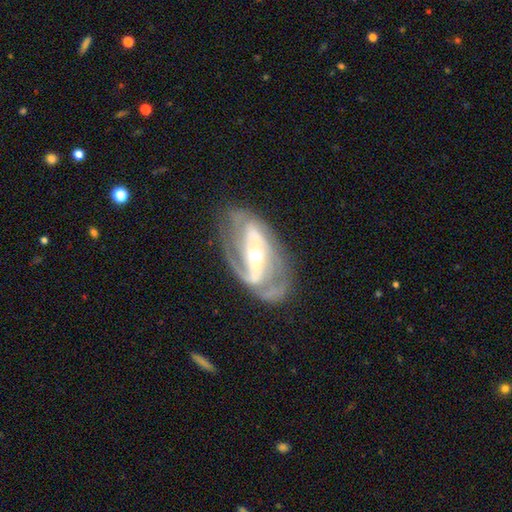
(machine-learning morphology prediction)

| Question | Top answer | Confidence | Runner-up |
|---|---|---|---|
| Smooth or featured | featured or disk | 86% | smooth (8%) |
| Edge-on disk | no | 95% | yes (5%) |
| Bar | strong | 48% | weak (27%) |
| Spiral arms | yes | 91% | no (9%) |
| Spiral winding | medium | 45% | tight (34%) |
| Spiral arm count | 2 | 65% | can't tell (14%) |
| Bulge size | small | 57% | moderate (38%) |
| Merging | none | 60% | minor disturbance (20%) |